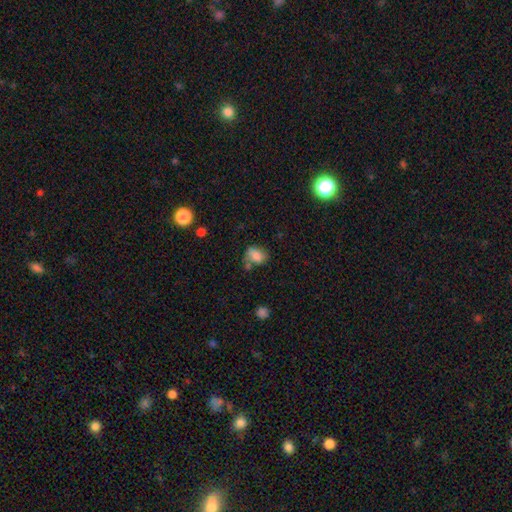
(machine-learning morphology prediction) Overall: smooth (74%). How rounded: in between (69%; round 30%). Merging: none (43%; minor disturbance 27%).